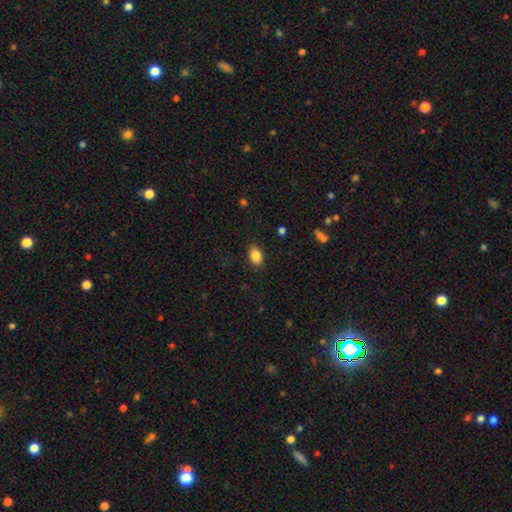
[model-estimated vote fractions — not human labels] This appears to be a smooth galaxy with no disk features (87%) that is in between round and cigar-shaped (81%). Merging: none (87%).